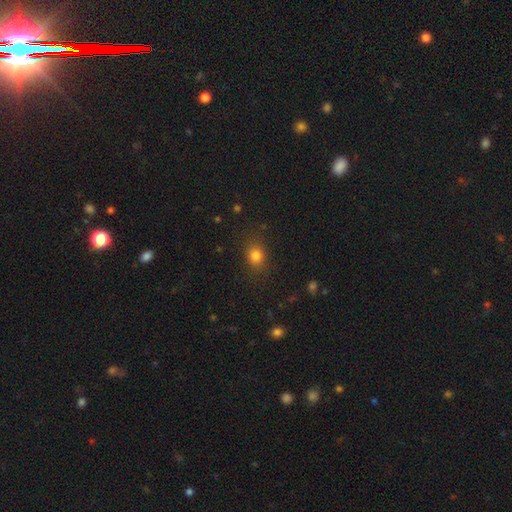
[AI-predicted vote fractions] The model was most divided on "how rounded": round: 60%, in between: 39%, cigar-shaped: 1%. More confident: merging — none (83%); smooth or featured — smooth (81%).